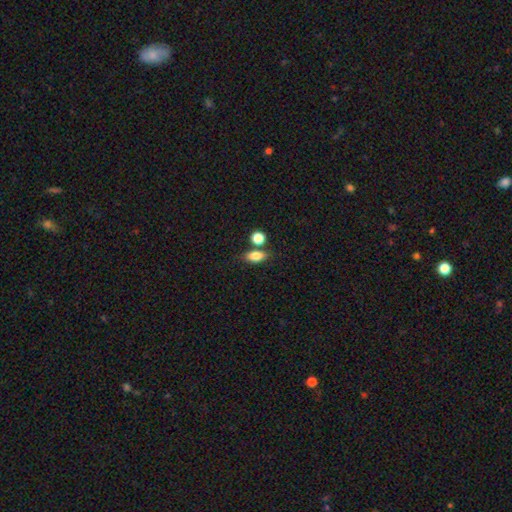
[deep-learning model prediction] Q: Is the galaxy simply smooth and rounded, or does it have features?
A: smooth — 81%.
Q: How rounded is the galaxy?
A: in between — 78%.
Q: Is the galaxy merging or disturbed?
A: none — 66%.